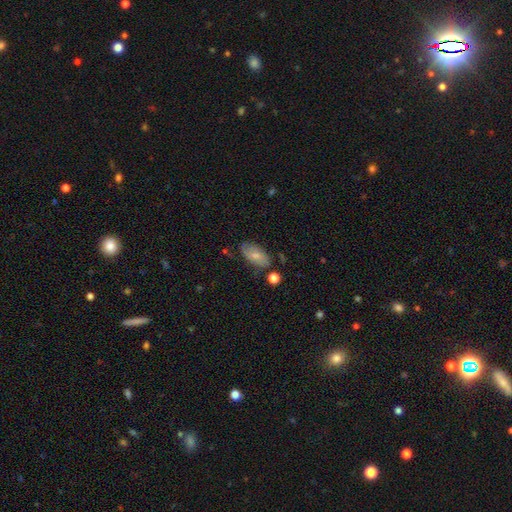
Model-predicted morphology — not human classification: Smooth or featured? Predicted: smooth (p=0.65). How rounded? Predicted: in between (p=0.91). Merging? Predicted: none (p=0.66).